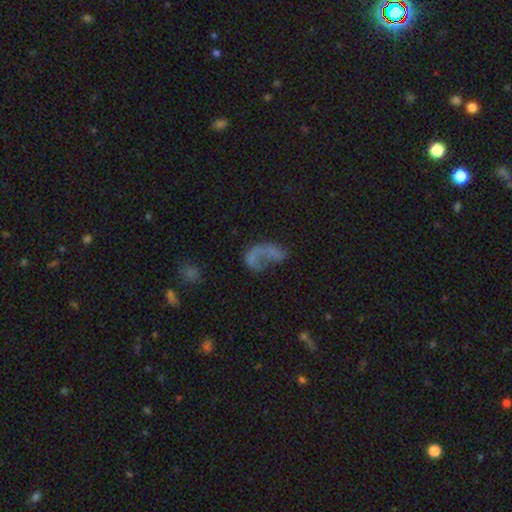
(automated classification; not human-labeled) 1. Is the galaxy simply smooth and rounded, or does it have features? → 44% smooth, 40% featured or disk, 16% star or artifact.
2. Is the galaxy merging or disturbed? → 50% major disturbance, 26% none, 13% minor disturbance, 11% merger.